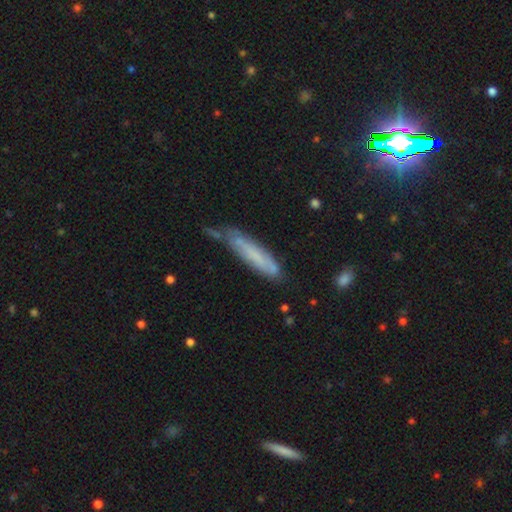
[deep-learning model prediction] This is possibly a smooth galaxy (55%). How rounded: clearly cigar-shaped (85%). Merging: possibly none (52%).